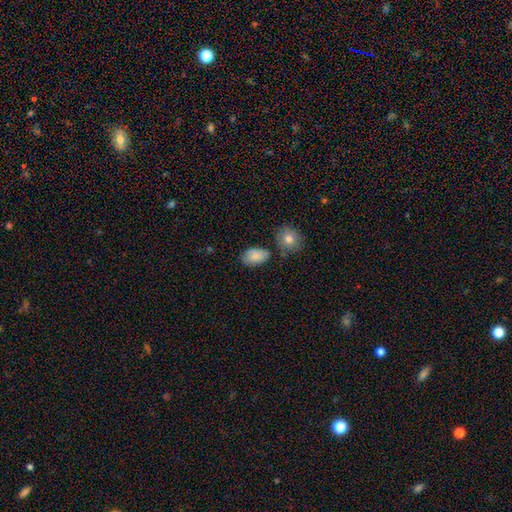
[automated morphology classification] A smooth galaxy with no disk features (83%) that is in between round and cigar-shaped (90%). Merging: none (67%).